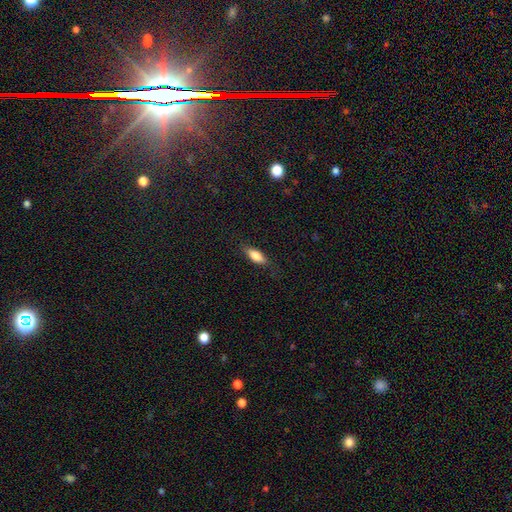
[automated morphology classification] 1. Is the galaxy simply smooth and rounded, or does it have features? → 78% smooth, 15% featured or disk, 7% star or artifact.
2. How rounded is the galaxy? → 68% in between, 29% cigar-shaped, 3% round.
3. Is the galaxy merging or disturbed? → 81% none, 14% minor disturbance, 4% major disturbance, 1% merger.